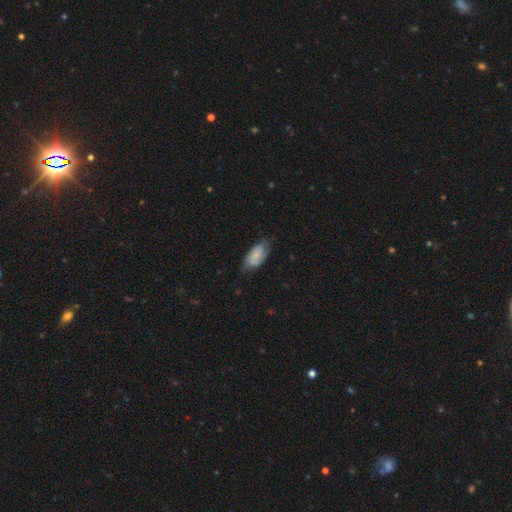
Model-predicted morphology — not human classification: A smooth galaxy with no disk features (55%) that is in between round and cigar-shaped (92%). Merging: none (57%).